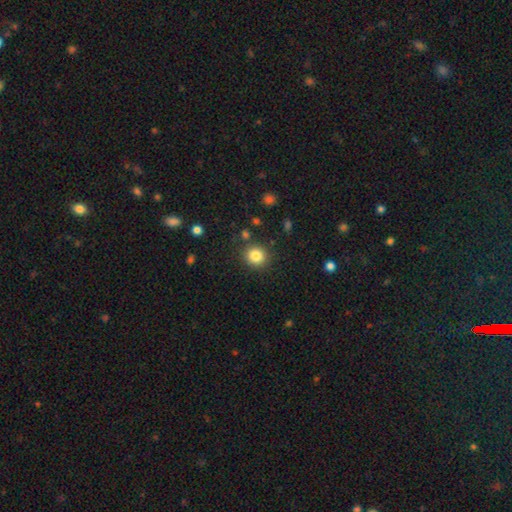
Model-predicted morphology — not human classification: smooth 84%, star or artifact 11%, featured or disk 5%. Down the decision tree: how rounded — round (87%); merging — none (87%).